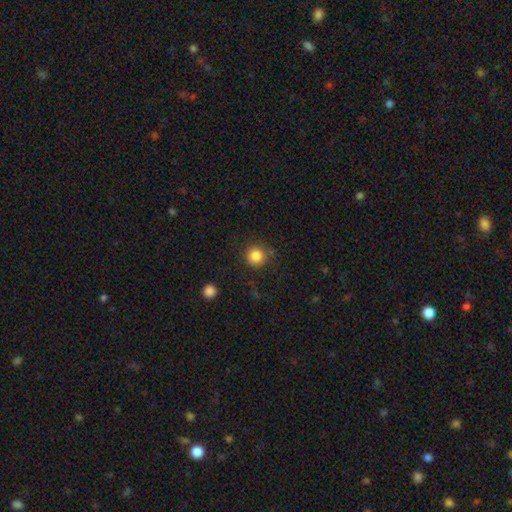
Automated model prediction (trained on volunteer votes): Overall: smooth (84%). How rounded: round (93%). Merging: none (82%).